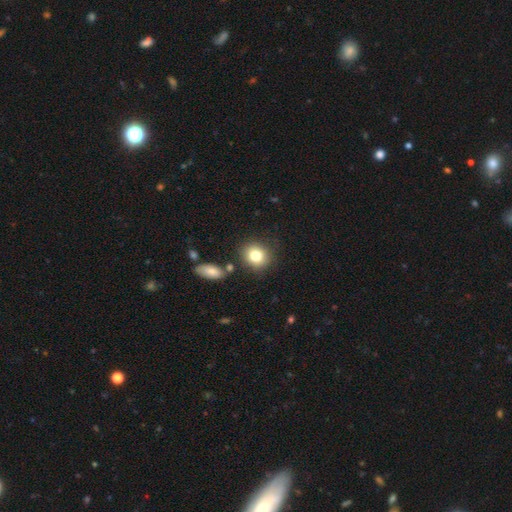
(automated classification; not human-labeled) This appears to be a smooth galaxy with no disk features (80%) that is round (78%). Merging: none (79%).